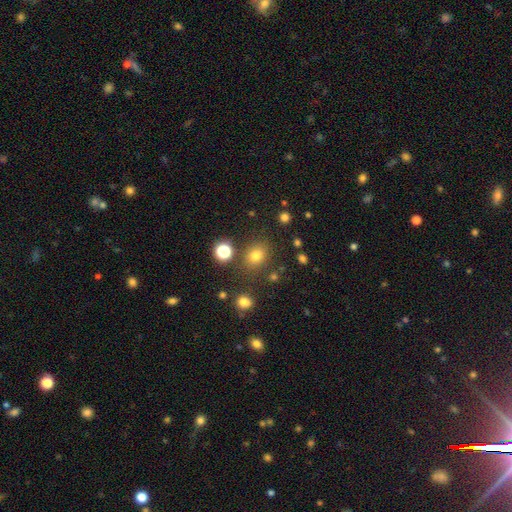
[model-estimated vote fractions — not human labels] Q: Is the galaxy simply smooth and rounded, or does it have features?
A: smooth — 74%.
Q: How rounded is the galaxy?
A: round — 54%.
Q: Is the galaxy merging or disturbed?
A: none — 79%.